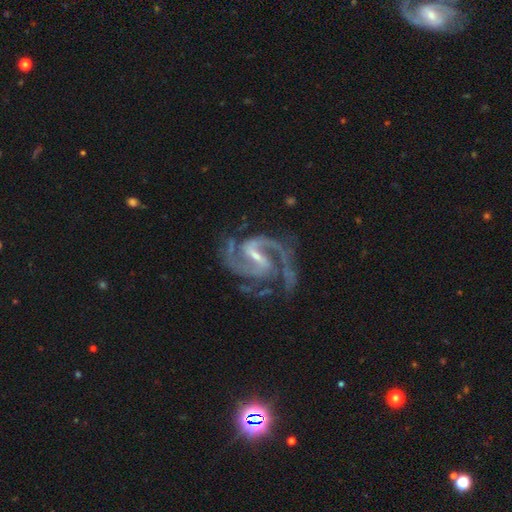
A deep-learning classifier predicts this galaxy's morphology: A featured or disk galaxy (94%) with a strong bar (49%), 2 (81%) medium (62%) spiral arms (99%) and a small central bulge (65%).

Vote fractions:
- Smooth or featured? featured or disk: 94% / star or artifact: 4% / smooth: 2%
- Edge-on disk? no: 98% / yes: 2%
- Bar? strong: 49% / weak: 42% / no: 10%
- Spiral arms? yes: 99% / no: 1%
- Spiral winding? medium: 62% / tight: 25% / loose: 12%
- Spiral arm count? 2: 81% / 3: 9% / can't tell: 3% / 4: 2% / 1: 2% / more than 4: 2%
- Bulge size? small: 65% / moderate: 27% / none: 5% / large: 1% / dominant: 1%
- Merging? none: 65% / minor disturbance: 19% / major disturbance: 14% / merger: 2%